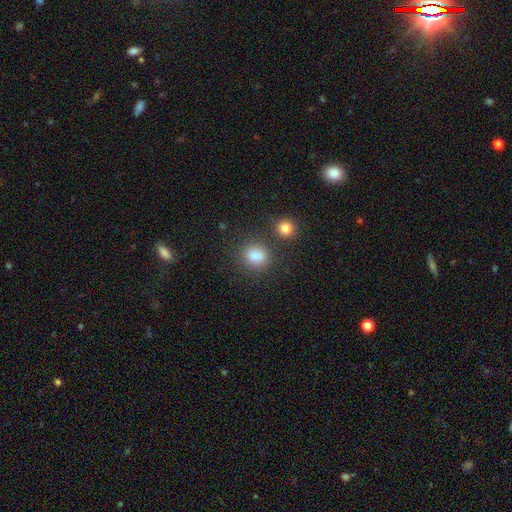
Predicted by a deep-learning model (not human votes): Smooth or featured? Predicted: smooth (p=0.84). How rounded? Predicted: round (p=0.59). Merging? Predicted: none (p=0.70).